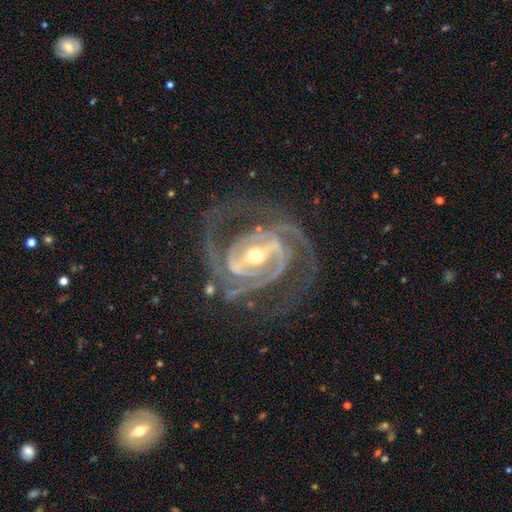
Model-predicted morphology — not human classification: This is clearly a featured or disk galaxy (93%). It is clearly not viewed edge-on (97%). Bar: likely strong (61%). Spiral arm pattern: clearly yes (98%). Spiral arm count: possibly 2 (48%). Spiral winding: possibly tight (50%). Central bulge: possibly moderate (58%). Merging: likely none (69%).